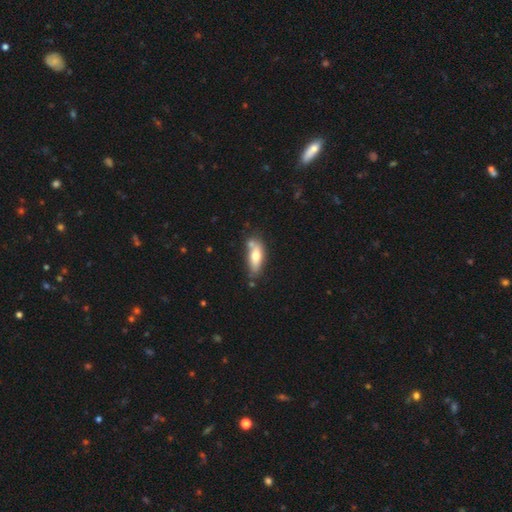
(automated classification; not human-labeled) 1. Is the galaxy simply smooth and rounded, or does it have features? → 65% smooth, 28% featured or disk, 7% star or artifact.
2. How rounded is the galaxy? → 67% in between, 30% cigar-shaped, 3% round.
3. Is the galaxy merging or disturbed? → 52% none, 22% minor disturbance, 20% merger, 6% major disturbance.